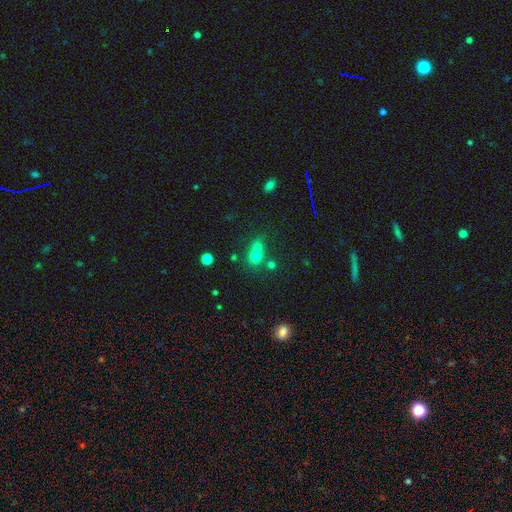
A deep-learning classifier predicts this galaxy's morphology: type=smooth (68%); roundness=round (78%); merging=merger (46%).